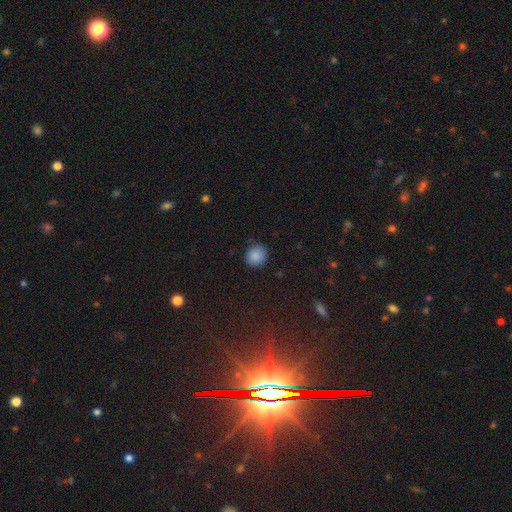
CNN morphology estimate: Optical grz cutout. It shows a smooth galaxy with no disk features (87%) that is round (86%). Merging: none (86%).